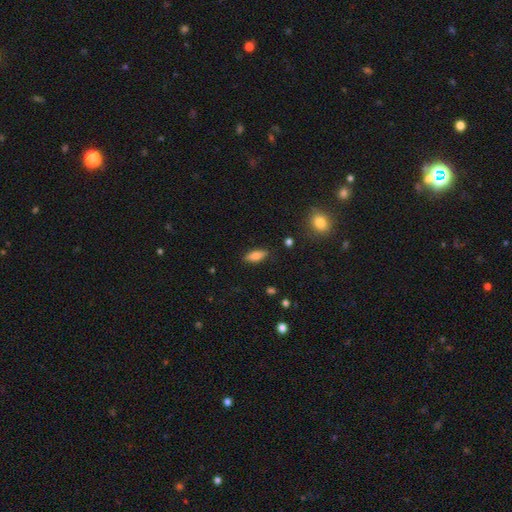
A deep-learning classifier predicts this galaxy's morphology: Smooth or featured? Predicted: smooth (p=0.77). How rounded? Predicted: in between (p=0.74). Merging? Predicted: none (p=0.86).